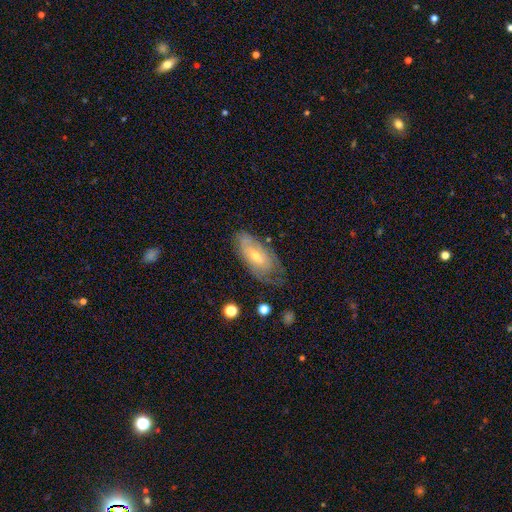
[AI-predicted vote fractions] Smooth or featured?
  - featured or disk: 57% *
  - smooth: 37%
  - star or artifact: 7%
Edge-on disk?
  - no: 88% *
  - yes: 12%
Merging?
  - none: 54% *
  - minor disturbance: 30%
  - major disturbance: 13%
  - merger: 2%